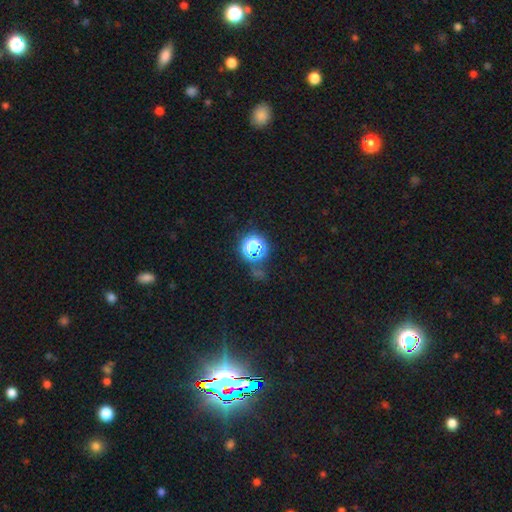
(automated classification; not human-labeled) This is likely a star or artifact rather than a galaxy (77%).